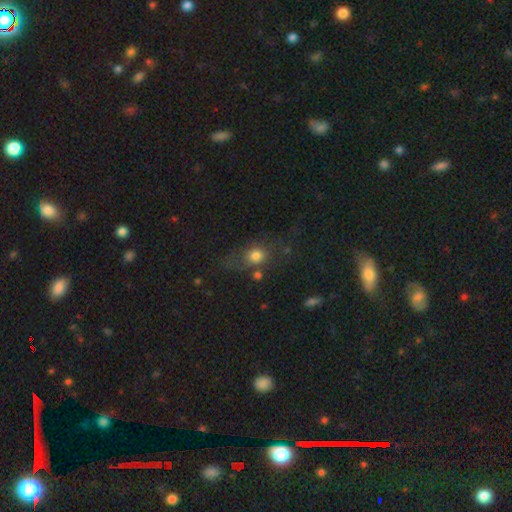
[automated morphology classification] A smooth galaxy with no disk features (71%) that is round (54%). Merging: none (57%).